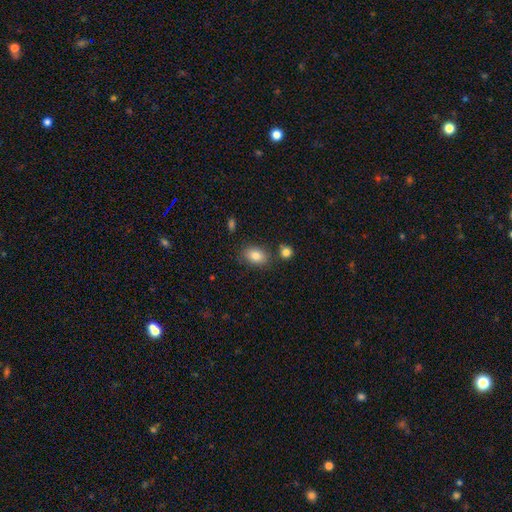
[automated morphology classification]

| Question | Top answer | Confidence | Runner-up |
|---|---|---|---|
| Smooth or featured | smooth | 83% | star or artifact (8%) |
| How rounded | in between | 79% | round (20%) |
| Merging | none | 76% | minor disturbance (13%) |